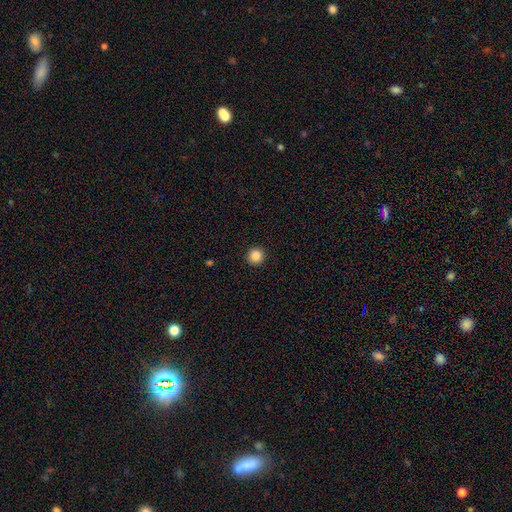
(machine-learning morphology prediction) smooth_or_featured: smooth (p=0.86) [alt: star or artifact p=0.10]
how_rounded: round (p=0.96) [alt: in between p=0.03]
merging: none (p=0.93) [alt: minor disturbance p=0.04]